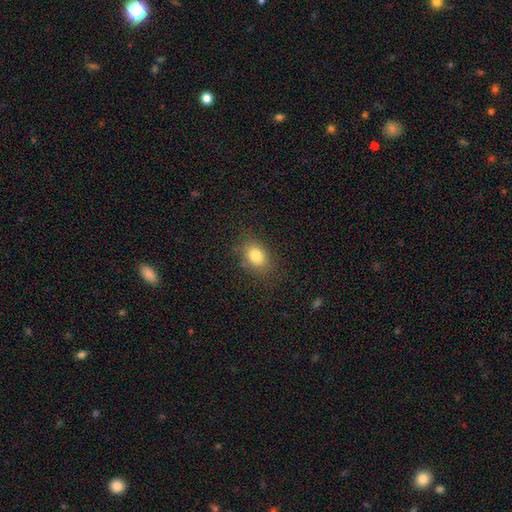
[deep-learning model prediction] Smooth or featured: smooth — 81% (star or artifact — 10%)
How rounded: in between — 73% (round — 26%)
Merging: none — 82% (minor disturbance — 13%)